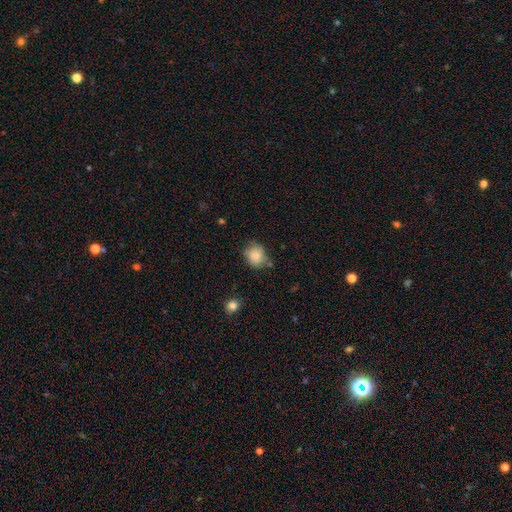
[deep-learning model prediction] smooth-or-featured: smooth: 78% | featured or disk: 13% | star or artifact: 9%
  how-rounded: round: 65% | in between: 34% | cigar-shaped: 1%
  merging: none: 59% | minor disturbance: 28% | major disturbance: 7% | merger: 5%